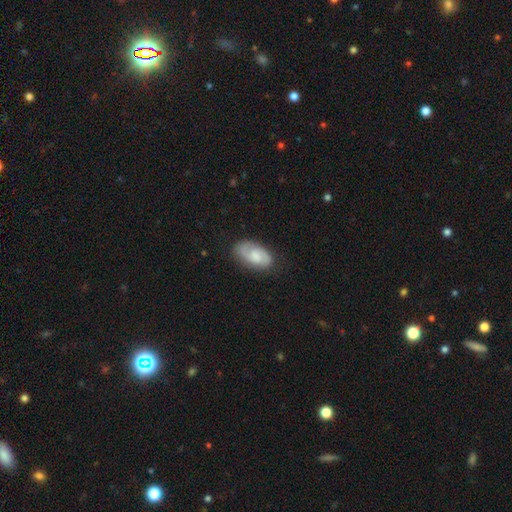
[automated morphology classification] The model was most divided on "smooth or featured": featured or disk: 49%, smooth: 44%, star or artifact: 7%. More confident: merging — none (75%).